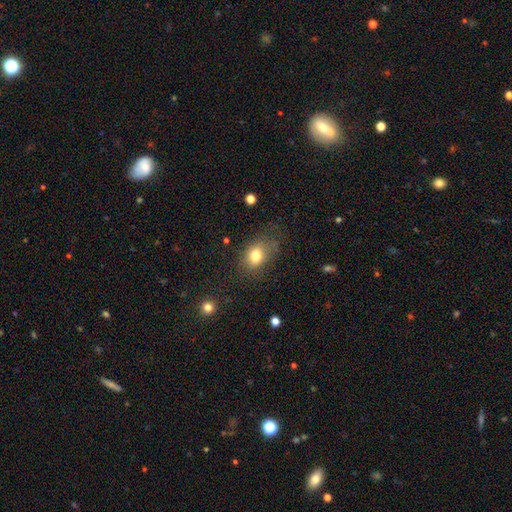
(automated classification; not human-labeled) A smooth galaxy with no disk features (77%) that is in between round and cigar-shaped (72%). Merging: none (60%).